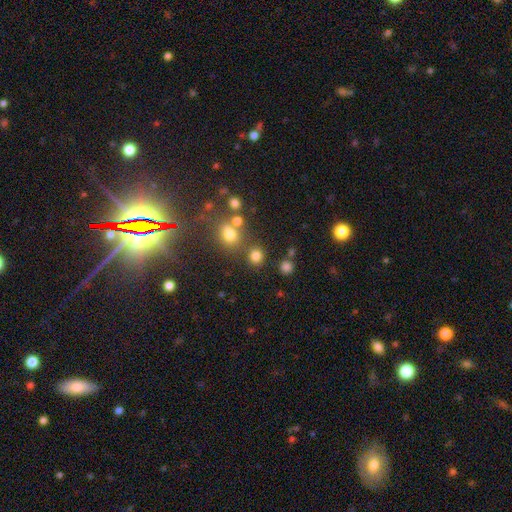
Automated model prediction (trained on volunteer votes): A smooth galaxy with no disk features (77%) that is round (84%). Merging: none (76%).